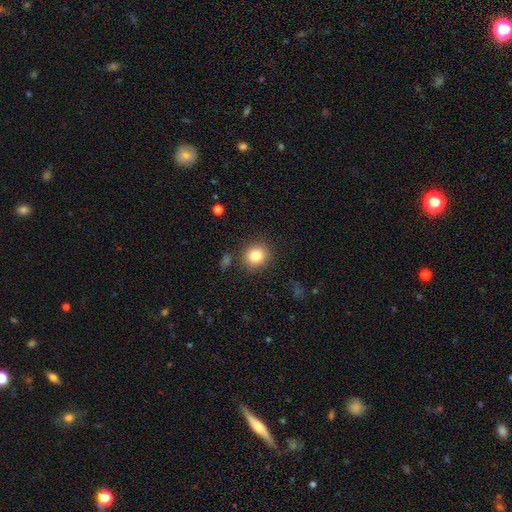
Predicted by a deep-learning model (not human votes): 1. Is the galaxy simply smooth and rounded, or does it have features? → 82% smooth, 10% star or artifact, 8% featured or disk.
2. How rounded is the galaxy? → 86% round, 13% in between, 1% cigar-shaped.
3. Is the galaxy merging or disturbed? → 87% none, 8% minor disturbance, 3% major disturbance, 2% merger.